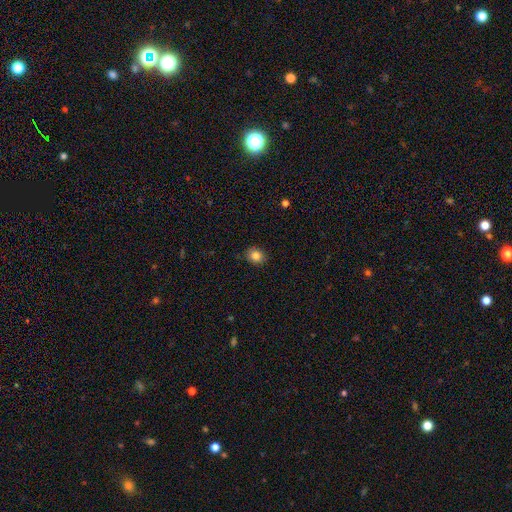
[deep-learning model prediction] This appears to be a smooth galaxy with no disk features (85%) that is round (63%). Merging: none (86%).